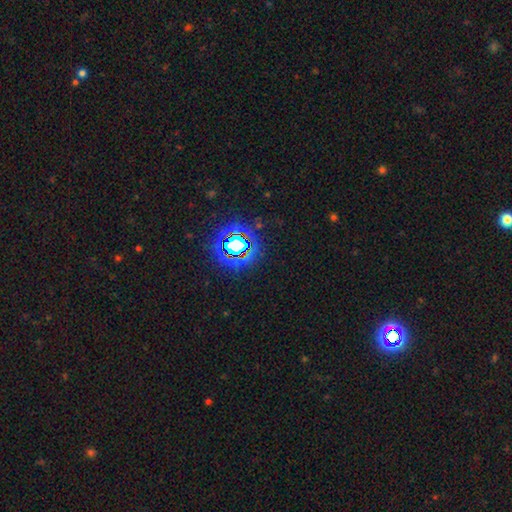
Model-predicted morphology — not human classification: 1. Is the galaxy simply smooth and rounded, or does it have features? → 78% star or artifact, 15% smooth, 7% featured or disk.